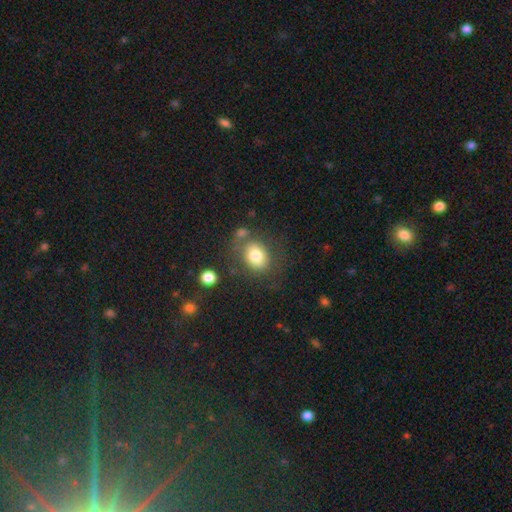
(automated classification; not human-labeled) smooth_or_featured: smooth (p=0.77) [alt: featured or disk p=0.13]
how_rounded: in between (p=0.53) [alt: round p=0.46]
merging: none (p=0.63) [alt: minor disturbance p=0.18]